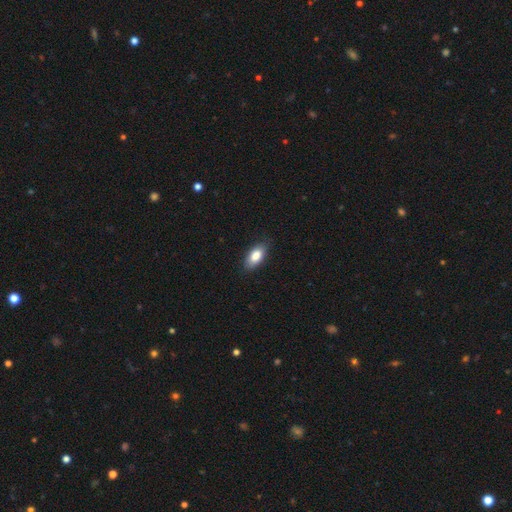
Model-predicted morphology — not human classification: This is clearly a smooth galaxy (84%). How rounded: clearly in between (90%). Merging: clearly none (83%).